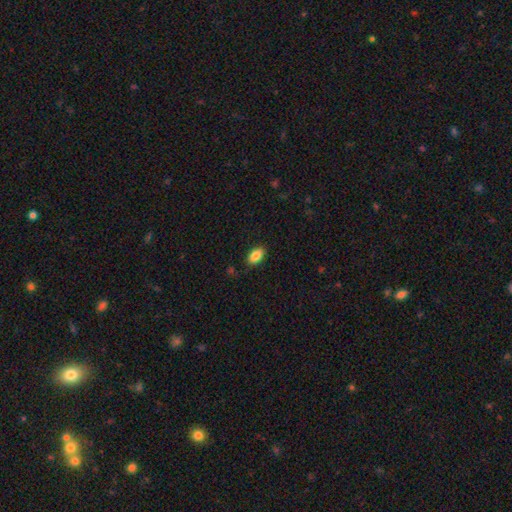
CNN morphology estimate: Smooth or featured: smooth — 86% (star or artifact — 8%)
How rounded: in between — 90% (round — 7%)
Merging: none — 84% (minor disturbance — 13%)